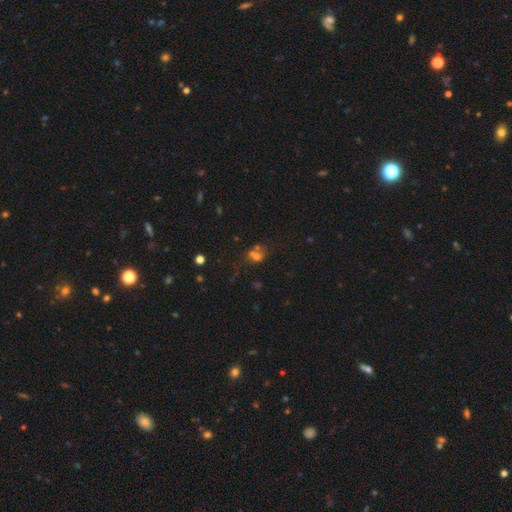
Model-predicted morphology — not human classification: The model was most divided on "merging": merger: 46%, none: 35%, minor disturbance: 11%, major disturbance: 8%. More confident: how rounded — round (58%); smooth or featured — smooth (54%).